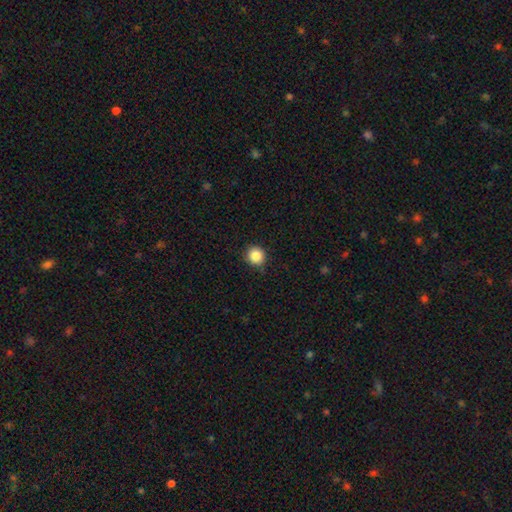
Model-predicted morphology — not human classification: Smooth or featured? Predicted: smooth (p=0.86). How rounded? Predicted: round (p=0.93). Merging? Predicted: none (p=0.89).